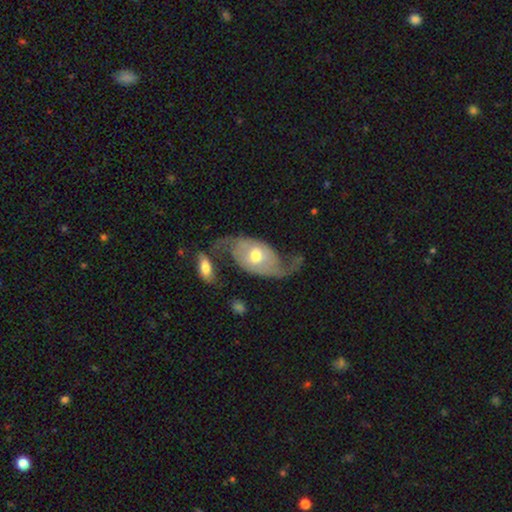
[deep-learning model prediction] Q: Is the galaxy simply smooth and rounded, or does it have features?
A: featured or disk — 77%.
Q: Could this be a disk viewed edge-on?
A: no — 94%.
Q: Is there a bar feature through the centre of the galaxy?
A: no — 59%.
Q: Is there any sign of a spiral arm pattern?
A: yes — 87%.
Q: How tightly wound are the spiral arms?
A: loose — 61%.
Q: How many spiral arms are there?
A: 2 — 85%.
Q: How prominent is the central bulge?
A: moderate — 71%.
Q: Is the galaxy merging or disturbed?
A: none — 42%.